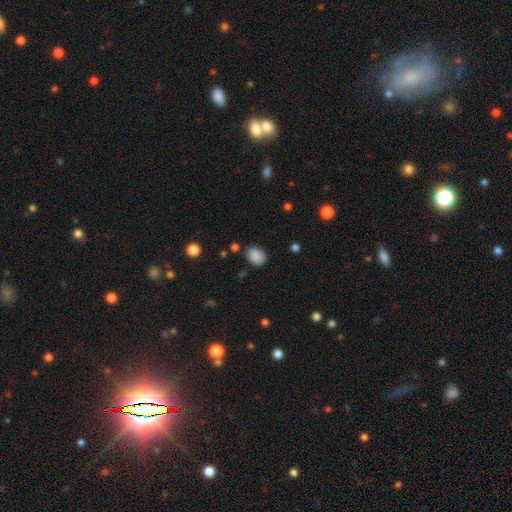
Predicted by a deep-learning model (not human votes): Smooth or featured? smooth (86%)
How rounded? in between (56%)
Merging? none (72%)